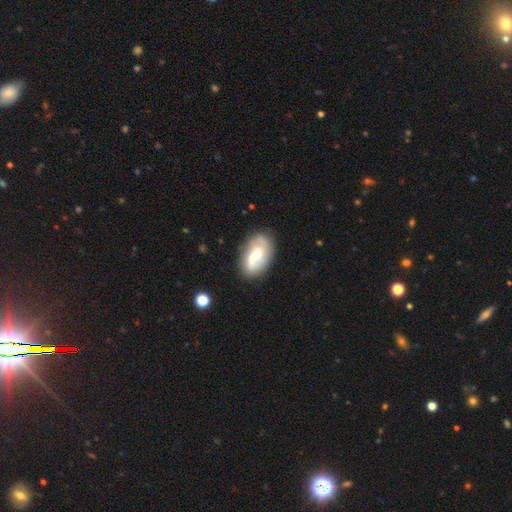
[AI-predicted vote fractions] featured or disk 65%, smooth 29%, star or artifact 6%. Down the decision tree: edge-on disk — no (95%); bar — weak (49%); spiral arms — yes (83%); spiral arm count — 2 (71%); spiral winding — loose (43%); bulge size — moderate (53%); merging — none (75%).